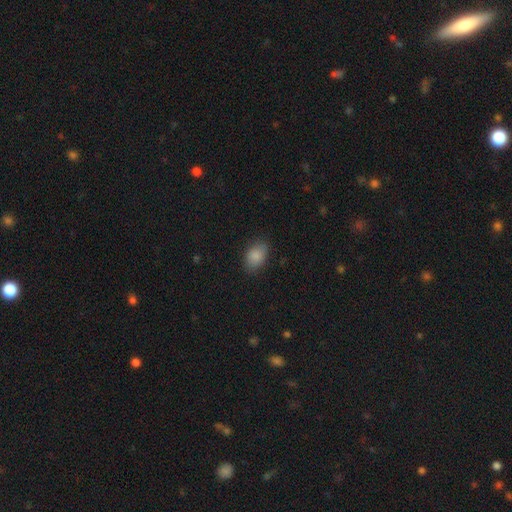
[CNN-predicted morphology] smooth_or_featured: smooth (p=0.86) [alt: star or artifact p=0.08]
how_rounded: in between (p=0.84) [alt: round p=0.15]
merging: none (p=0.80) [alt: minor disturbance p=0.15]